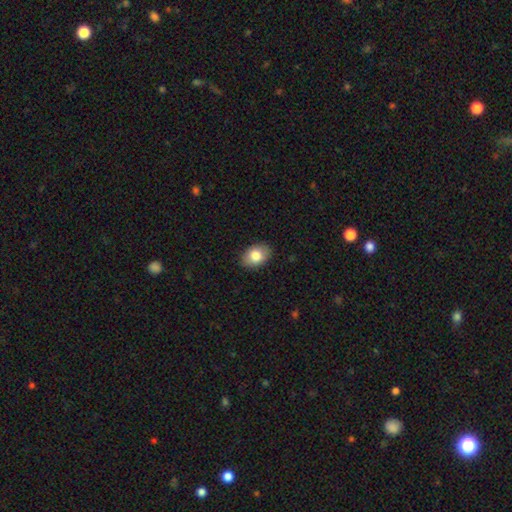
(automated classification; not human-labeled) A smooth galaxy with no disk features (82%) that is in between round and cigar-shaped (83%). Merging: none (88%).